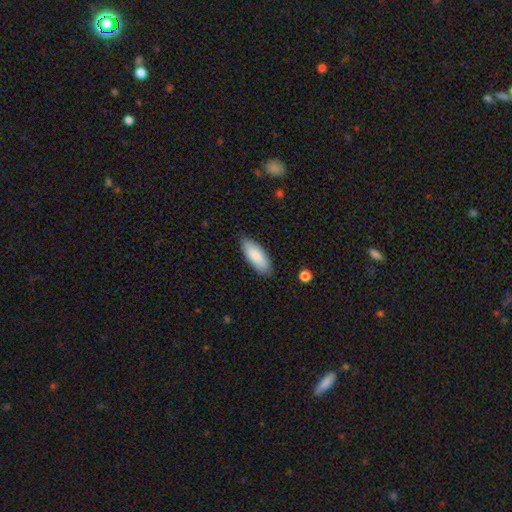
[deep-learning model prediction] smooth 85%, featured or disk 9%, star or artifact 6%. Down the decision tree: how rounded — in between (77%); merging — none (84%).